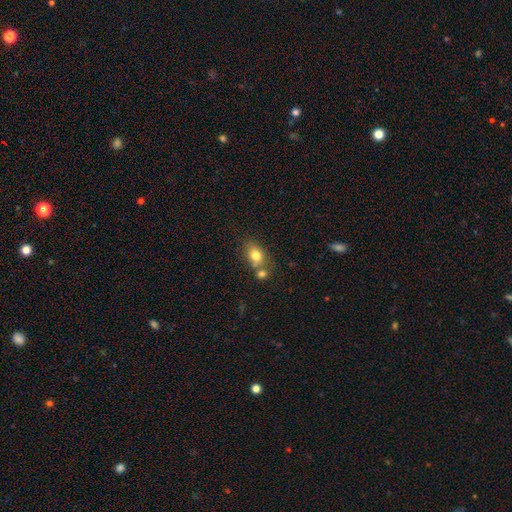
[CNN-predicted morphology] smooth_or_featured: smooth (p=0.78) [alt: featured or disk p=0.12]
how_rounded: in between (p=0.70) [alt: round p=0.29]
merging: none (p=0.49) [alt: merger p=0.34]